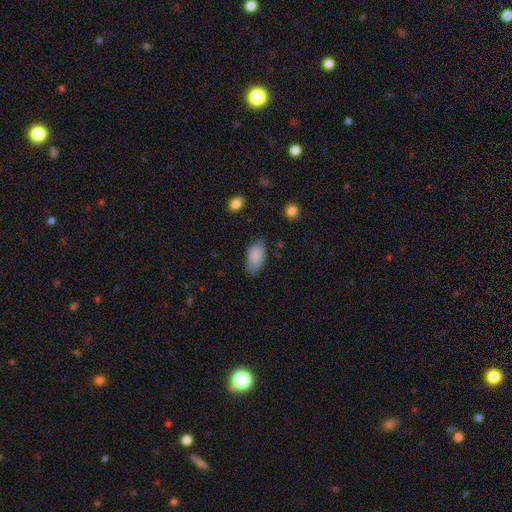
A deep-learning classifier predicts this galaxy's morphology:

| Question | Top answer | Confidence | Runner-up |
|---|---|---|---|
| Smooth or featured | smooth | 83% | featured or disk (11%) |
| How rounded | in between | 94% | round (3%) |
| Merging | none | 71% | minor disturbance (24%) |